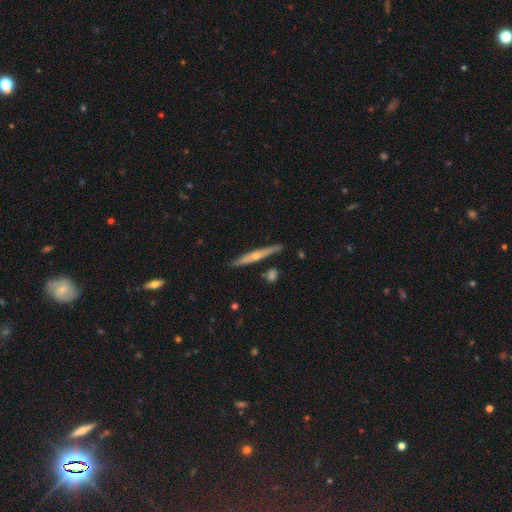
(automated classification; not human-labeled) smooth-or-featured: featured or disk: 69% | smooth: 25% | star or artifact: 6%
  disk-edge-on: yes: 96% | no: 4%
    edge-on-bulge: rounded: 81% | none: 16% | boxy: 4%
  merging: none: 86% | minor disturbance: 9% | merger: 3% | major disturbance: 2%